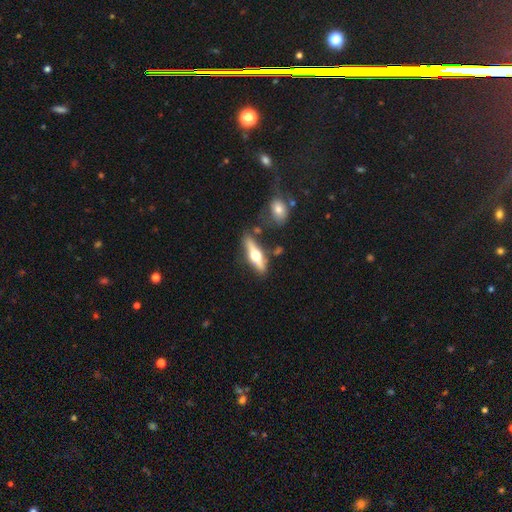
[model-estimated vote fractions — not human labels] A featured or disk galaxy (60%) viewed edge-on (92%) with a rounded central bulge (96%).

Vote fractions:
- Smooth or featured? featured or disk: 60% / smooth: 35% / star or artifact: 6%
- Edge-on disk? yes: 92% / no: 8%
- Edge-on bulge? rounded: 96% / boxy: 3% / none: 2%
- Merging? none: 76% / minor disturbance: 13% / merger: 7% / major disturbance: 4%